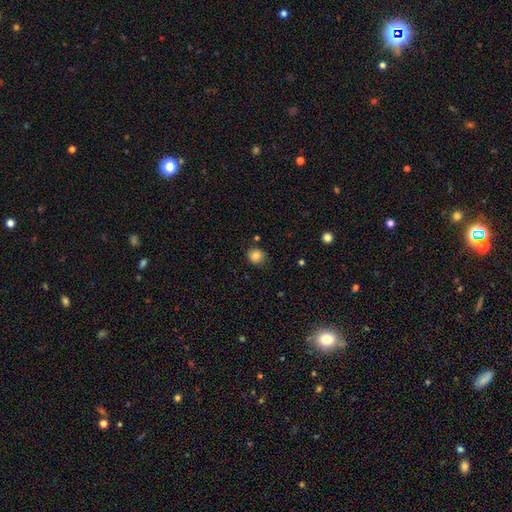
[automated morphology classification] Smooth or featured?
  - smooth: 82% *
  - star or artifact: 11%
  - featured or disk: 7%
How rounded?
  - round: 86% *
  - in between: 13%
  - cigar-shaped: 1%
Merging?
  - none: 84% *
  - minor disturbance: 11%
  - merger: 2%
  - major disturbance: 2%